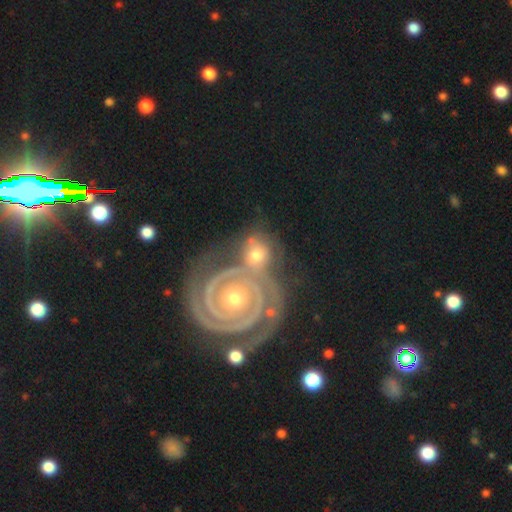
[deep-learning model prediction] Smooth or featured: featured or disk — 80% (smooth — 14%)
Edge-on disk: no — 97% (yes — 3%)
Bar: no — 74% (weak — 16%)
Spiral arms: yes — 96% (no — 4%)
Spiral winding: tight — 84% (medium — 13%)
Spiral arm count: 2 — 69% (3 — 11%)
Bulge size: moderate — 50% (small — 43%)
Merging: none — 43% (merger — 39%)